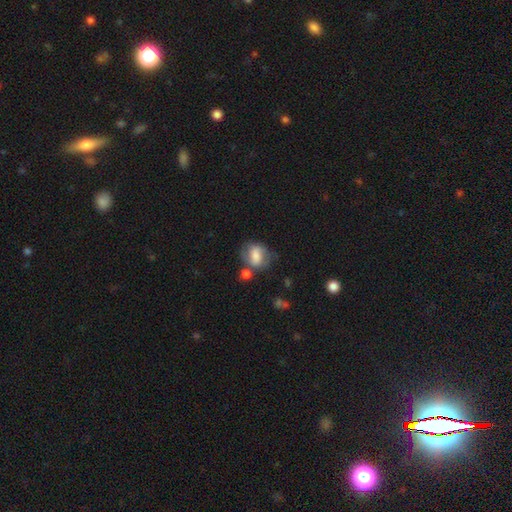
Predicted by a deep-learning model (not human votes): Smooth or featured? smooth (65%)
How rounded? in between (60%)
Merging? none (48%)